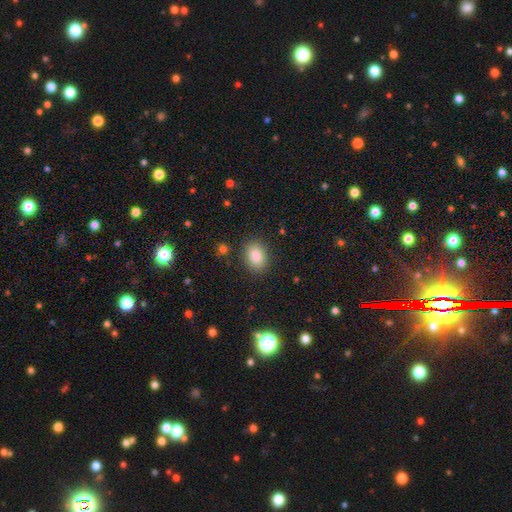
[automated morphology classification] Smooth or featured?
  - smooth: 86% *
  - star or artifact: 9%
  - featured or disk: 5%
How rounded?
  - in between: 72% *
  - round: 27%
  - cigar-shaped: 1%
Merging?
  - none: 86% *
  - minor disturbance: 10%
  - major disturbance: 3%
  - merger: 2%